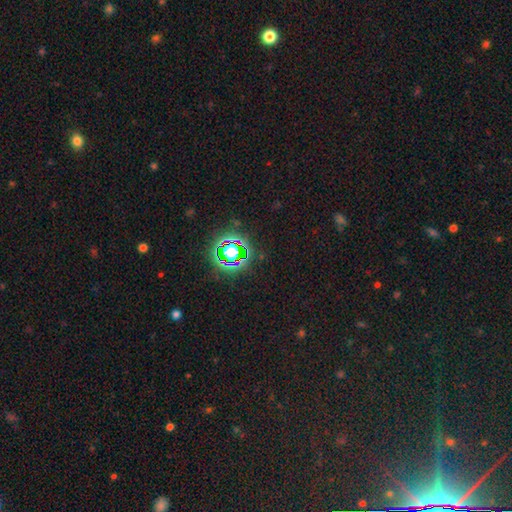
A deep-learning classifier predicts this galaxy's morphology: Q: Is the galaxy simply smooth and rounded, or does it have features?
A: star or artifact — 79%.